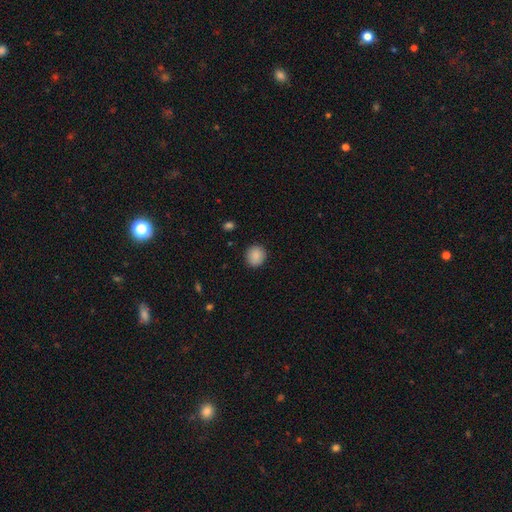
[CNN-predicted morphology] Smooth or featured? Predicted: smooth (p=0.89). How rounded? Predicted: round (p=0.87). Merging? Predicted: none (p=0.90).